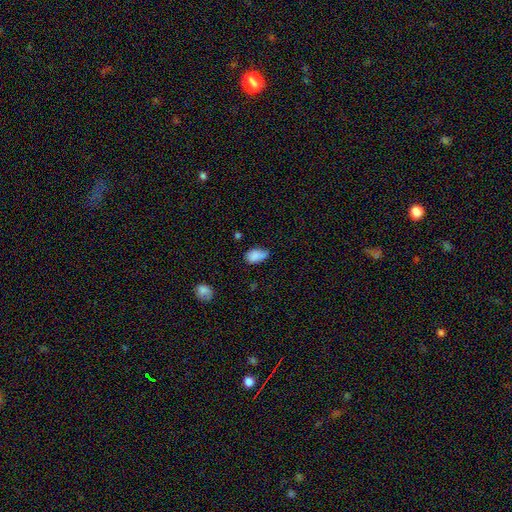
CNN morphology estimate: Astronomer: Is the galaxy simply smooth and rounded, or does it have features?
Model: smooth — 83%.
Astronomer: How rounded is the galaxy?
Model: in between — 90%.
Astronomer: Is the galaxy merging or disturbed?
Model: none — 45% (runner-up: minor disturbance, 41%).